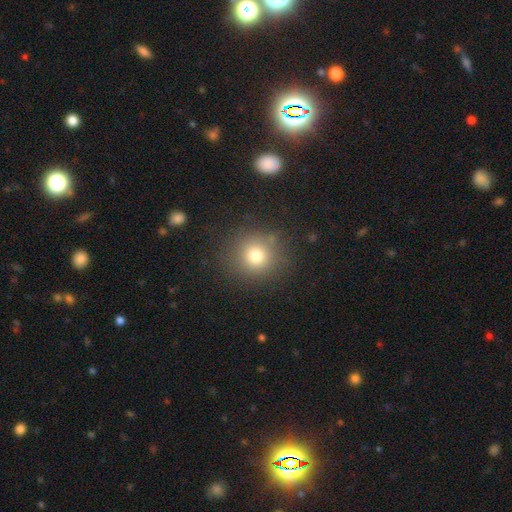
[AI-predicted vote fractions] smooth-or-featured: smooth: 75% | star or artifact: 16% | featured or disk: 9%
  how-rounded: round: 91% | in between: 8% | cigar-shaped: 1%
  merging: none: 84% | minor disturbance: 10% | major disturbance: 4% | merger: 2%